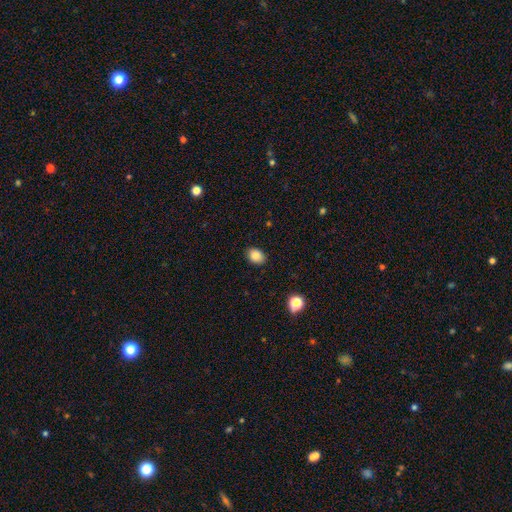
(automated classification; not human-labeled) Smooth or featured? Predicted: smooth (p=0.86). How rounded? Predicted: in between (p=0.67). Merging? Predicted: none (p=0.87).